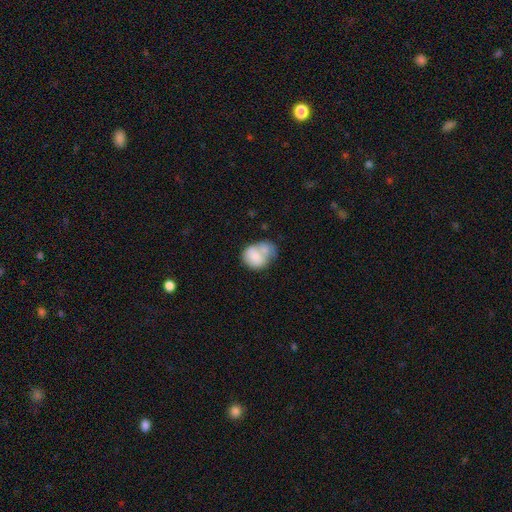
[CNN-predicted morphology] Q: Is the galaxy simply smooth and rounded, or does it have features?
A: smooth — 72%.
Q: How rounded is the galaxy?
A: in between — 50%.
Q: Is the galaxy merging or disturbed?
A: merger — 49%.